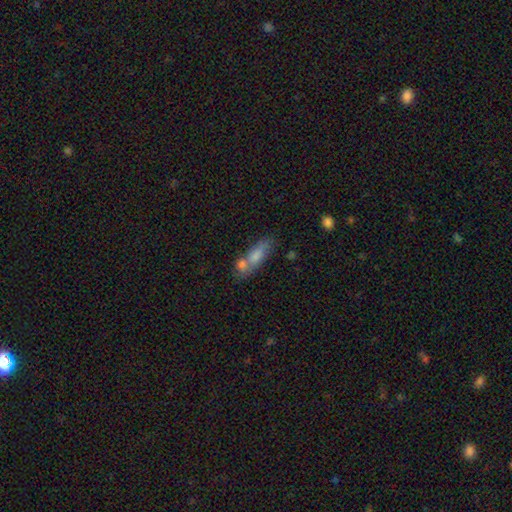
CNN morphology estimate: A smooth galaxy with no disk features (69%) that is in between round and cigar-shaped (50%).

Vote fractions:
- Smooth or featured? smooth: 69% / featured or disk: 21% / star or artifact: 9%
- How rounded? in between: 50% / cigar-shaped: 45% / round: 5%
- Merging? none: 46% / merger: 35% / minor disturbance: 14% / major disturbance: 6%